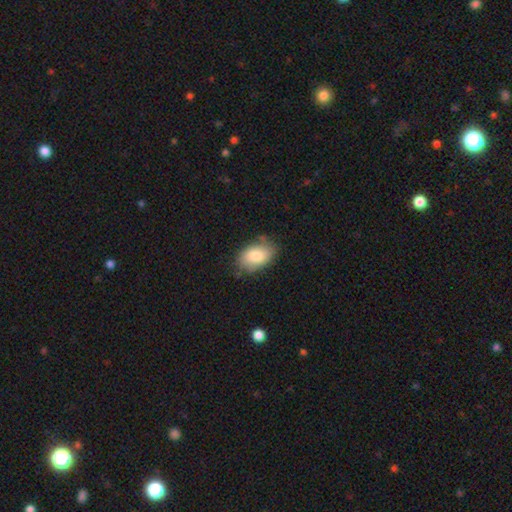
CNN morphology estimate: type=smooth (81%); roundness=in between (91%); merging=none (72%).